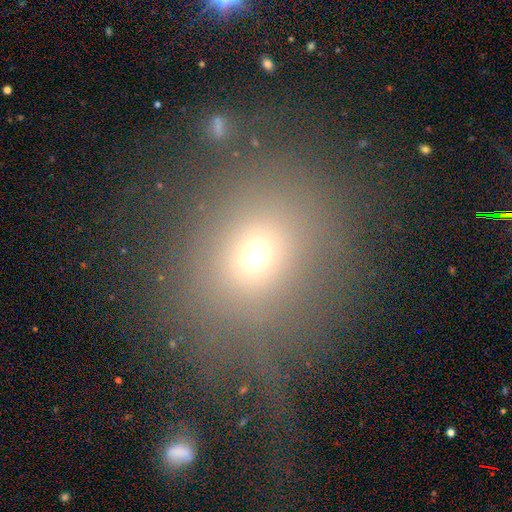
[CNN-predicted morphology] A smooth galaxy with no disk features (65%) that is round (77%). Merging: none (46%).